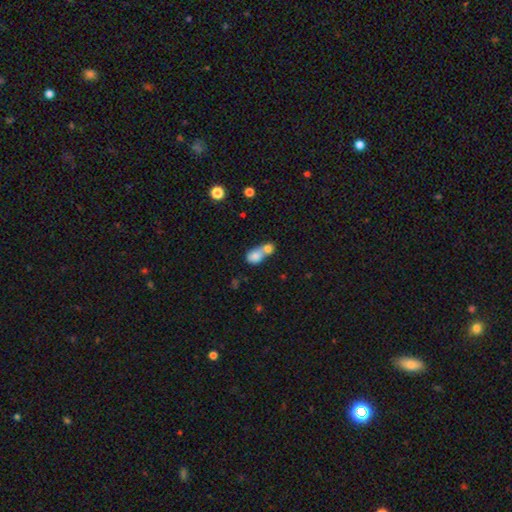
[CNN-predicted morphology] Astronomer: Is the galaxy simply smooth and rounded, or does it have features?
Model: smooth — 78%.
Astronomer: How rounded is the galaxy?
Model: in between — 61% (runner-up: round, 36%).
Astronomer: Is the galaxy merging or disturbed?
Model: merger — 73%.